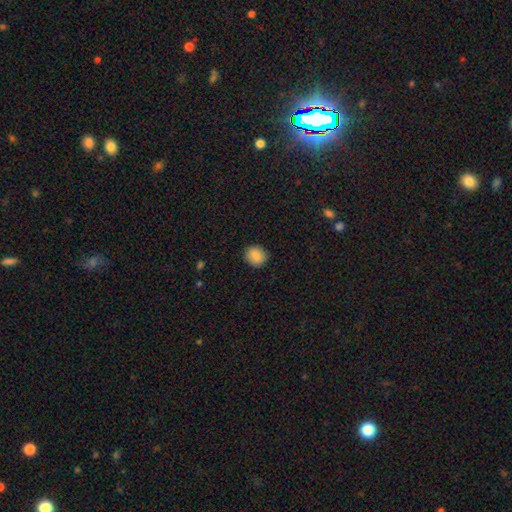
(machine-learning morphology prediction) Q: Smooth or featured?
A: smooth (86%); runner-up: star or artifact (8%)
Q: How rounded?
A: round (83%); runner-up: in between (16%)
Q: Merging?
A: none (90%); runner-up: minor disturbance (7%)